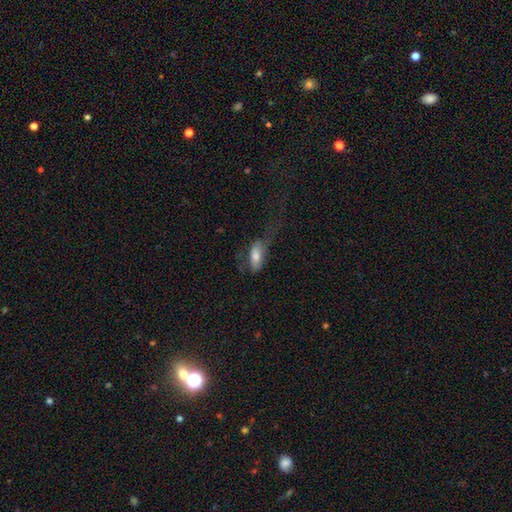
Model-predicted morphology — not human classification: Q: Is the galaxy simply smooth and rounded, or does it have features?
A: smooth — 72%.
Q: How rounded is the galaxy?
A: in between — 81%.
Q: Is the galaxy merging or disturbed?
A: major disturbance — 47%.